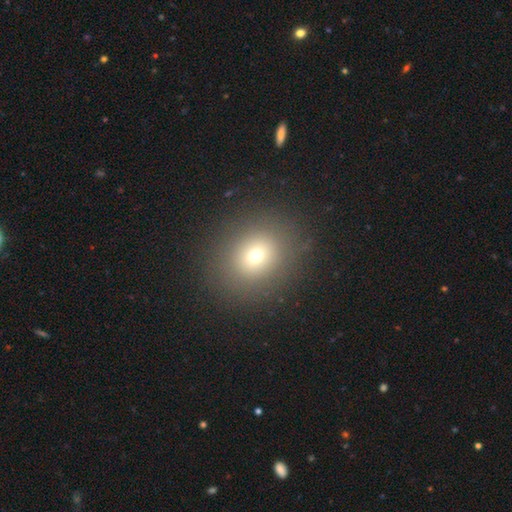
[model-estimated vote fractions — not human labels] Smooth or featured? Predicted: smooth (p=0.69). How rounded? Predicted: round (p=0.72). Merging? Predicted: none (p=0.87).